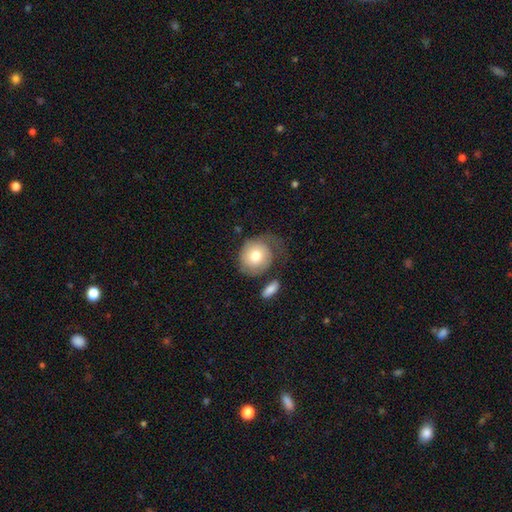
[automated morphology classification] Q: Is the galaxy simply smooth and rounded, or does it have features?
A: smooth — 63%.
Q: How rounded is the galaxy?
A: round — 81%.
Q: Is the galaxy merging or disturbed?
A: none — 44%.